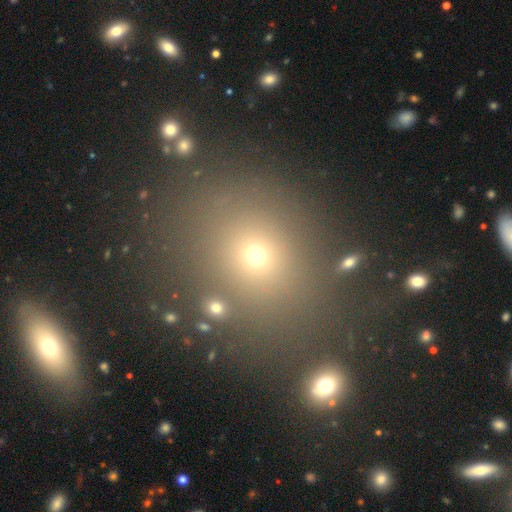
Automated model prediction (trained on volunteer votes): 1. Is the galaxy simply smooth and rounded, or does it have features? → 66% smooth, 23% star or artifact, 11% featured or disk.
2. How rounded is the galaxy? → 59% round, 39% in between, 2% cigar-shaped.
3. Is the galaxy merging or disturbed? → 76% none, 11% minor disturbance, 7% merger, 6% major disturbance.